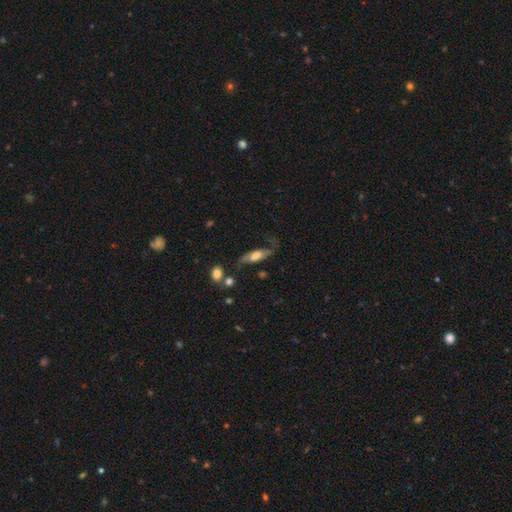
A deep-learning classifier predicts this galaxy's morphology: Smooth or featured: featured or disk — 55% (smooth — 37%)
Edge-on disk: no — 70% (yes — 30%)
Merging: none — 55% (minor disturbance — 22%)